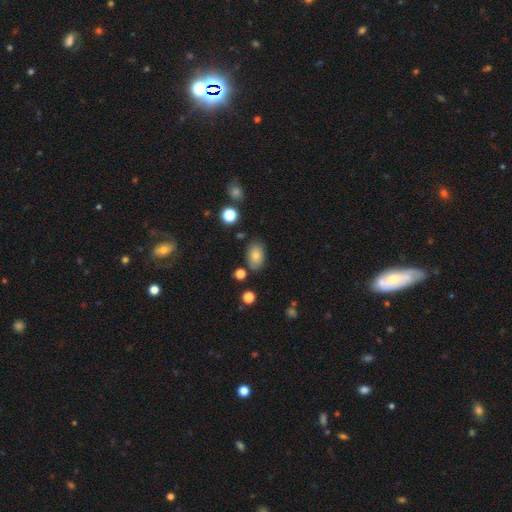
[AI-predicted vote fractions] smooth_or_featured: smooth (p=0.78) [alt: featured or disk p=0.12]
how_rounded: in between (p=0.88) [alt: round p=0.11]
merging: none (p=0.78) [alt: minor disturbance p=0.14]